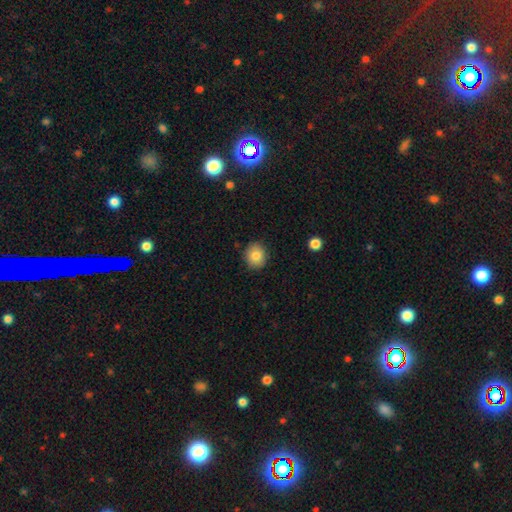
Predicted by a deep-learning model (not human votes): The model was most divided on "how rounded": round: 76%, in between: 24%, cigar-shaped: 1%. More confident: merging — none (87%); smooth or featured — smooth (83%).